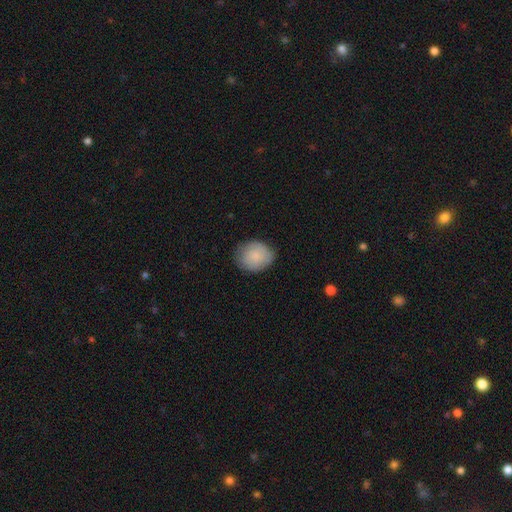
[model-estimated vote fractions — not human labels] smooth-or-featured: smooth: 82% | featured or disk: 11% | star or artifact: 6%
  how-rounded: round: 59% | in between: 40% | cigar-shaped: 1%
  merging: none: 76% | minor disturbance: 20% | major disturbance: 4% | merger: 1%